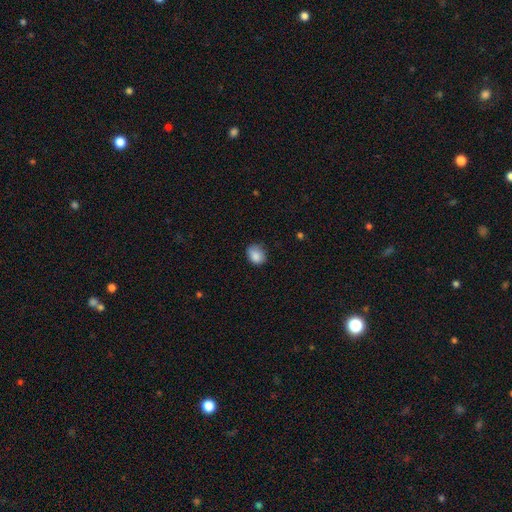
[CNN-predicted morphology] This is clearly a smooth galaxy (85%). How rounded: possibly round (50%). Merging: likely none (65%).